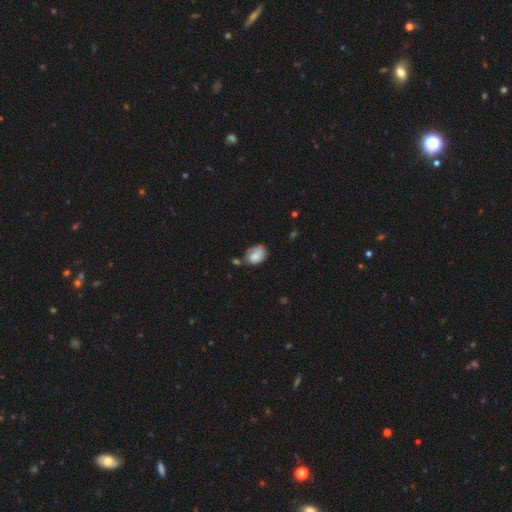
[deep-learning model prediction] This appears to be a smooth galaxy with no disk features (67%) that is in between round and cigar-shaped (70%). Merging: none (45%).